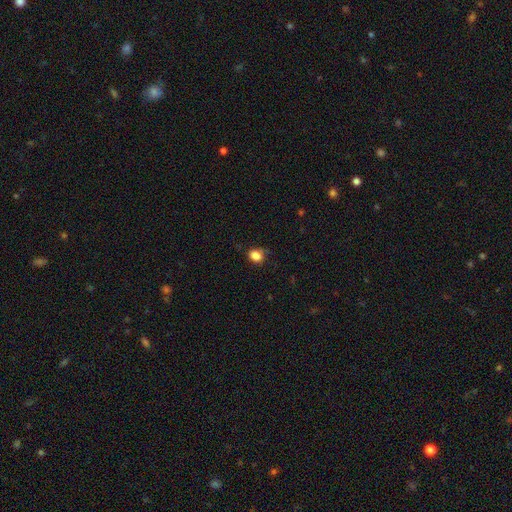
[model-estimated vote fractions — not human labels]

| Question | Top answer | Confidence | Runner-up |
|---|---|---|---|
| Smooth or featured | smooth | 85% | star or artifact (10%) |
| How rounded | round | 50% | in between (49%) |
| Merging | none | 70% | minor disturbance (23%) |